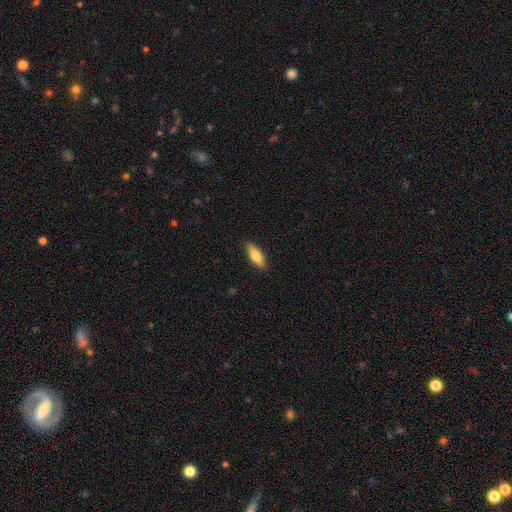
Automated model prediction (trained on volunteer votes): Q: Smooth or featured?
A: smooth (74%); runner-up: featured or disk (20%)
Q: How rounded?
A: in between (56%); runner-up: cigar-shaped (42%)
Q: Merging?
A: none (89%); runner-up: minor disturbance (8%)